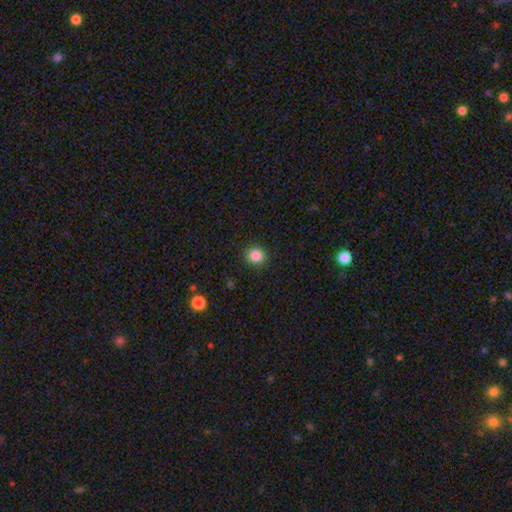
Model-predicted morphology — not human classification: Smooth or featured: smooth — 85% (star or artifact — 10%)
How rounded: round — 87% (in between — 12%)
Merging: none — 91% (minor disturbance — 6%)